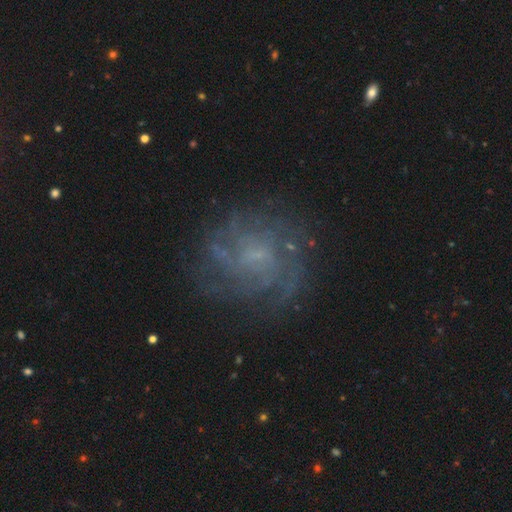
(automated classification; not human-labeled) The model was most divided on "spiral winding": tight: 43%, medium: 39%, loose: 19%. Remaining: edge-on disk — no (98%); spiral arms — yes (87%); smooth or featured — featured or disk (75%); merging — none (74%); bar — no (61%); bulge size — small (52%); spiral arm count — can't tell (43%).